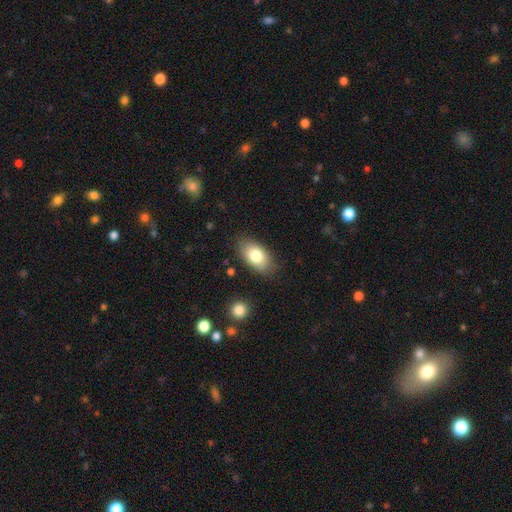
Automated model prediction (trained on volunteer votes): Smooth or featured?
  - smooth: 80% *
  - featured or disk: 13%
  - star or artifact: 7%
How rounded?
  - in between: 92% *
  - round: 6%
  - cigar-shaped: 2%
Merging?
  - none: 81% *
  - minor disturbance: 14%
  - major disturbance: 3%
  - merger: 2%